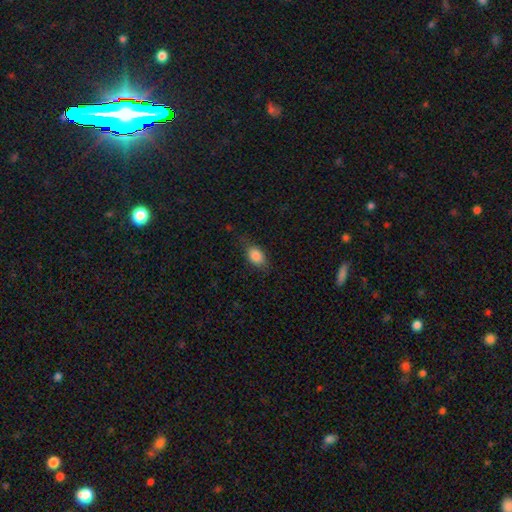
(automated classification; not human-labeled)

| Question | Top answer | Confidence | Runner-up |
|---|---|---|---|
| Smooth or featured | smooth | 84% | featured or disk (8%) |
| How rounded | in between | 83% | round (14%) |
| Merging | none | 75% | minor disturbance (19%) |